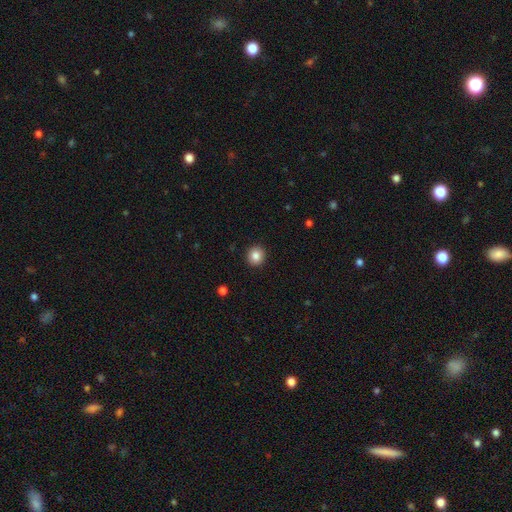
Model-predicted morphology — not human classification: This appears to be a smooth galaxy with no disk features (85%) that is round (89%). Merging: none (92%).